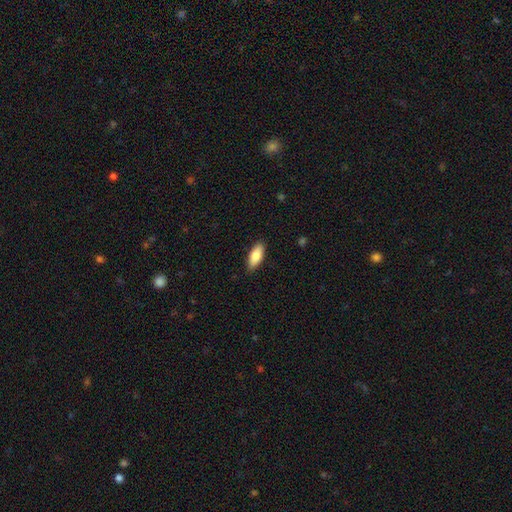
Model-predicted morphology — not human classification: This appears to be a smooth galaxy with no disk features (83%) that is in between round and cigar-shaped (79%). Merging: none (86%).